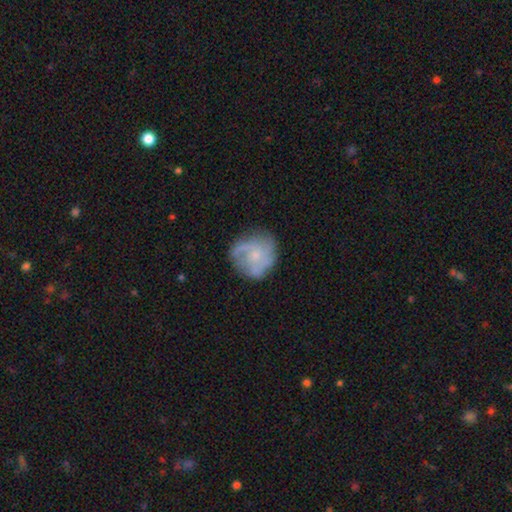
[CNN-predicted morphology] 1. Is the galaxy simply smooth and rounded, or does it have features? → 62% featured or disk, 31% smooth, 7% star or artifact.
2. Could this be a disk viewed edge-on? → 98% no, 2% yes.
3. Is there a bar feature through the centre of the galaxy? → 75% no, 22% weak, 3% strong.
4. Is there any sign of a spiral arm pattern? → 82% yes, 18% no.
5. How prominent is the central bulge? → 60% small, 27% moderate, 11% none, 2% large, 1% dominant.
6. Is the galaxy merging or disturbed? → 65% none, 21% minor disturbance, 12% major disturbance, 2% merger.